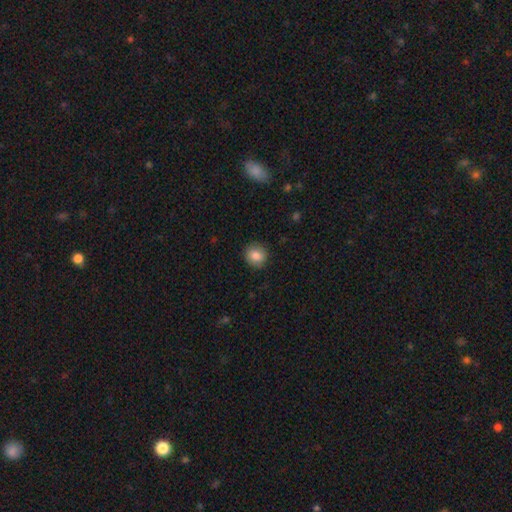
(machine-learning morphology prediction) Smooth or featured? smooth (84%)
How rounded? round (87%)
Merging? none (89%)